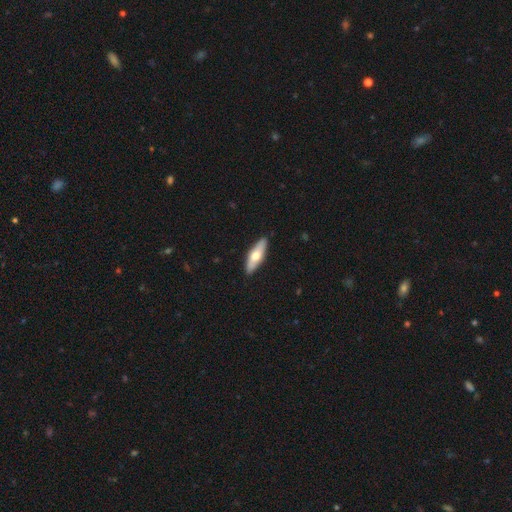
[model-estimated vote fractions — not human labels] Smooth or featured? smooth (57%)
How rounded? in between (52%)
Merging? none (89%)